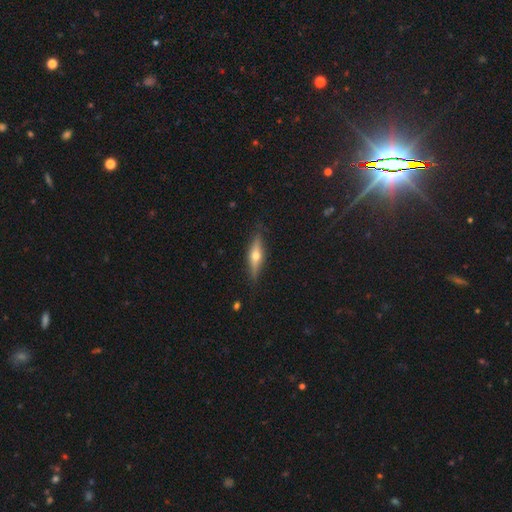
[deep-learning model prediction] Smooth or featured? Predicted: featured or disk (p=0.58). Edge-on disk? Predicted: yes (p=0.94). Edge-on bulge? Predicted: rounded (p=0.93). Merging? Predicted: none (p=0.87).